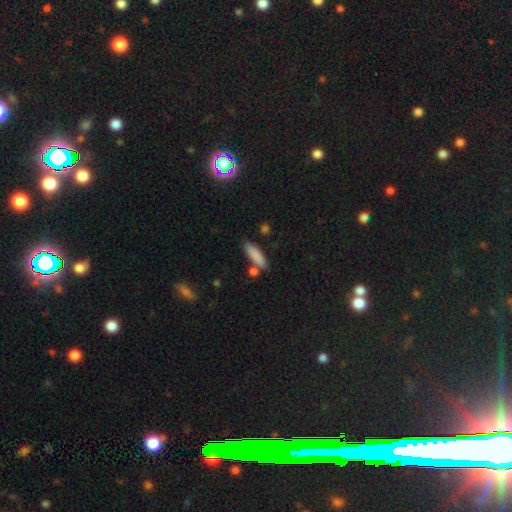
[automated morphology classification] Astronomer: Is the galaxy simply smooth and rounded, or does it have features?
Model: smooth — 86%.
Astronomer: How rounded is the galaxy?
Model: cigar-shaped — 56% (runner-up: in between, 42%).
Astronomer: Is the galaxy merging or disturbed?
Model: none — 74%.